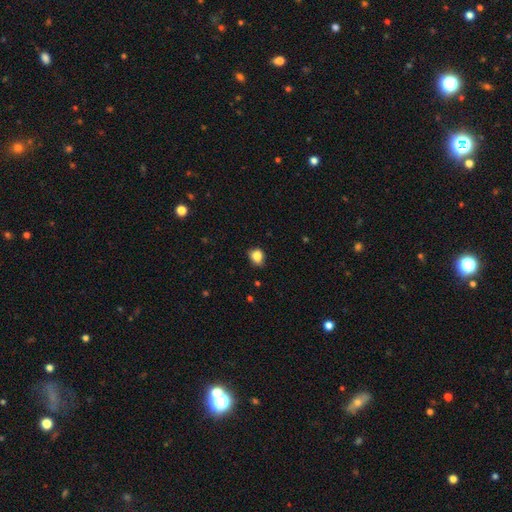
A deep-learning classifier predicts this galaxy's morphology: smooth_or_featured: smooth (p=0.85) [alt: star or artifact p=0.10]
how_rounded: round (p=0.54) [alt: in between p=0.44]
merging: none (p=0.71) [alt: minor disturbance p=0.24]